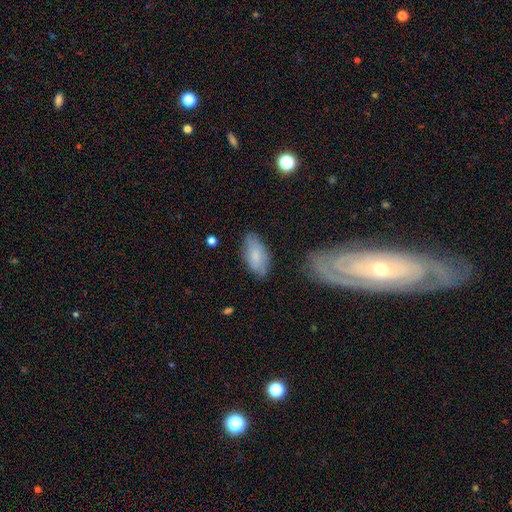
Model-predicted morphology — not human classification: The model was most divided on "smooth or featured": smooth: 68%, featured or disk: 25%, star or artifact: 7%. More confident: how rounded — in between (91%); merging — none (72%).